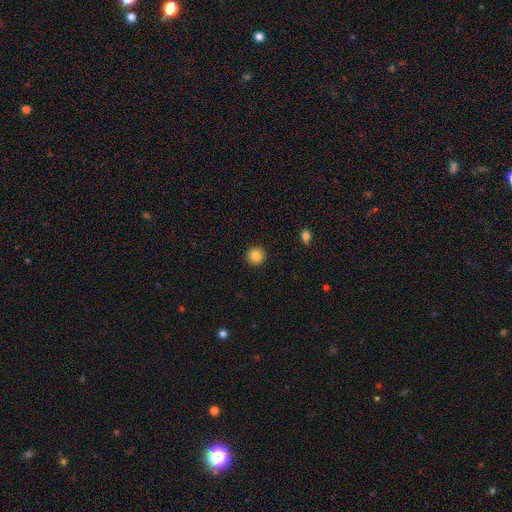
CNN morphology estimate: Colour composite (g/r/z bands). It shows a smooth galaxy with no disk features (86%) that is round (94%). Merging: none (93%).